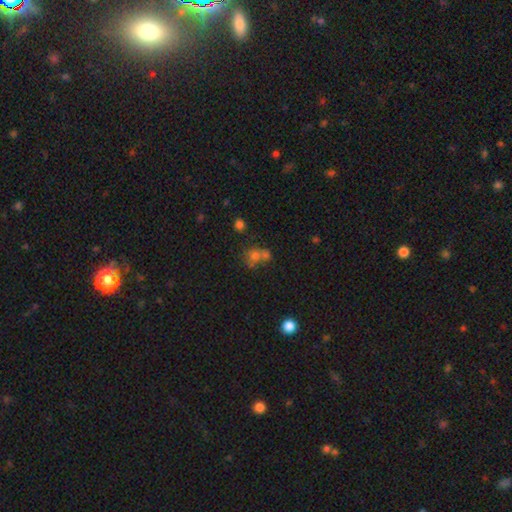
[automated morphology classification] A smooth galaxy with no disk features (61%) that is round (77%). Merging: merger (49%).